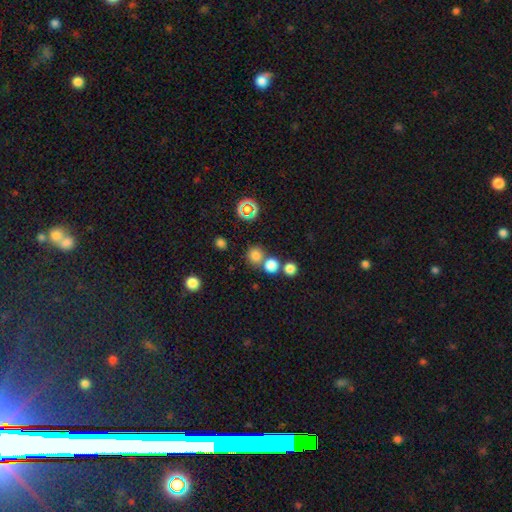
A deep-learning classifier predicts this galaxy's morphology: Smooth or featured? smooth (74%)
How rounded? round (86%)
Merging? none (62%)